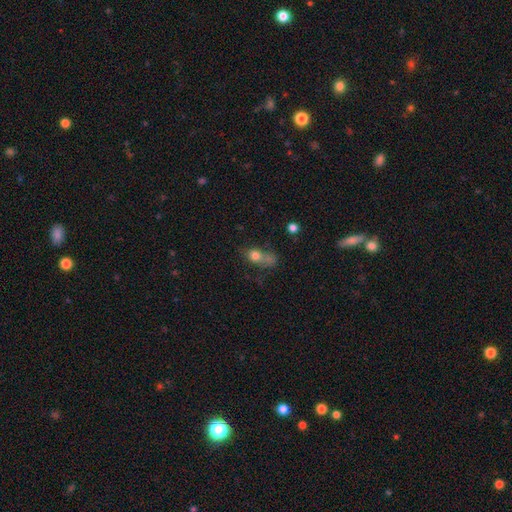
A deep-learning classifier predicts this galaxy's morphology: A smooth galaxy with no disk features (73%) that is in between round and cigar-shaped (49%).

Vote fractions:
- Smooth or featured? smooth: 73% / featured or disk: 14% / star or artifact: 13%
- How rounded? in between: 49% / round: 45% / cigar-shaped: 5%
- Merging? none: 32% / merger: 31% / minor disturbance: 19% / major disturbance: 19%